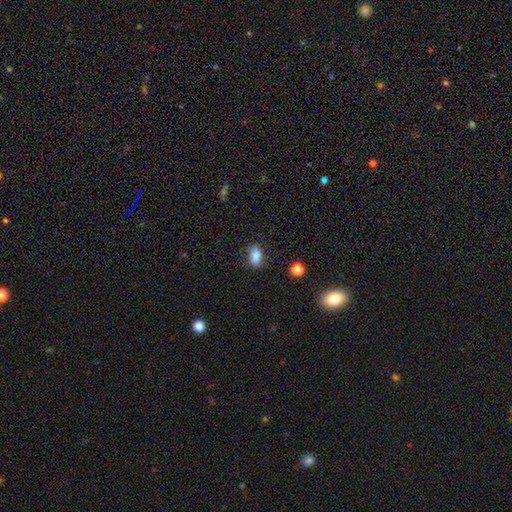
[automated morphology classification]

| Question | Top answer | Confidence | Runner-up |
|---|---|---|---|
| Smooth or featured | smooth | 84% | star or artifact (9%) |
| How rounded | in between | 85% | round (12%) |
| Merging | none | 78% | minor disturbance (16%) |